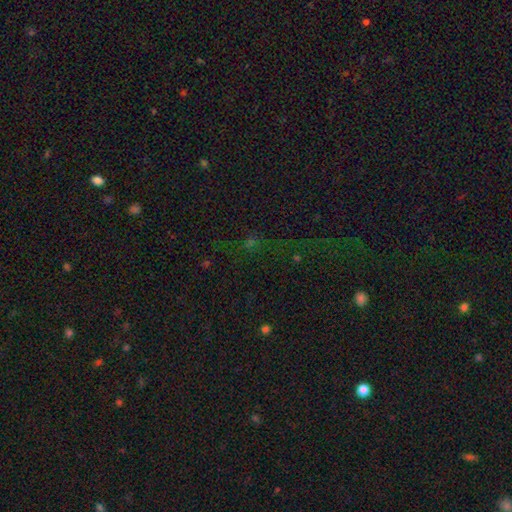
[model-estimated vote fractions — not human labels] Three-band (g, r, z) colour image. It shows a star or artifact, not a galaxy (68%).